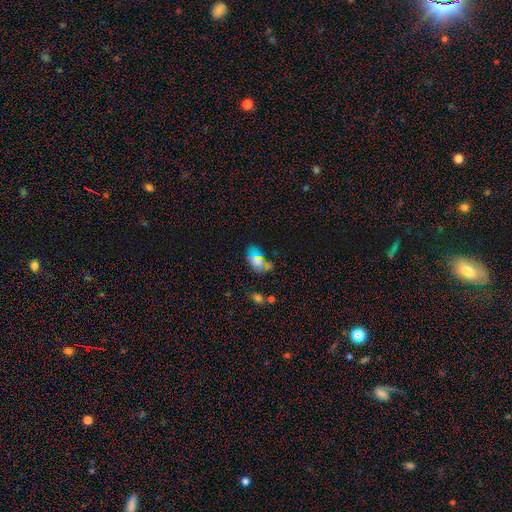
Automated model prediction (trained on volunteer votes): Smooth or featured? Predicted: smooth (p=0.55). How rounded? Predicted: in between (p=0.89). Merging? Predicted: none (p=0.63).